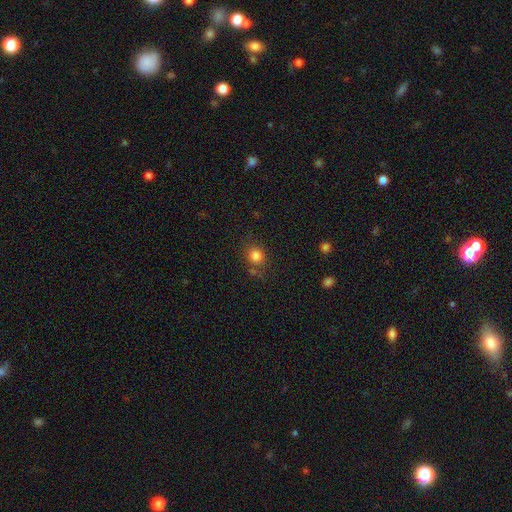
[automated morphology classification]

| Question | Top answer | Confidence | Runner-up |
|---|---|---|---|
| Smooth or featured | smooth | 82% | star or artifact (12%) |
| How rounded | round | 80% | in between (19%) |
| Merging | none | 73% | minor disturbance (14%) |